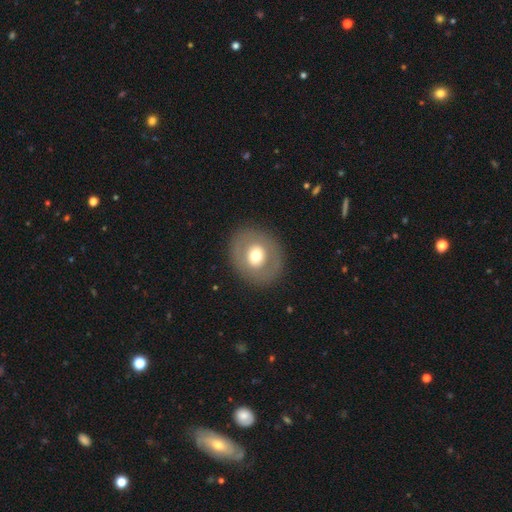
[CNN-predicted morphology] smooth-or-featured: smooth: 55% | featured or disk: 37% | star or artifact: 7%
  how-rounded: round: 72% | in between: 27% | cigar-shaped: 1%
  merging: none: 86% | minor disturbance: 8% | major disturbance: 5% | merger: 1%